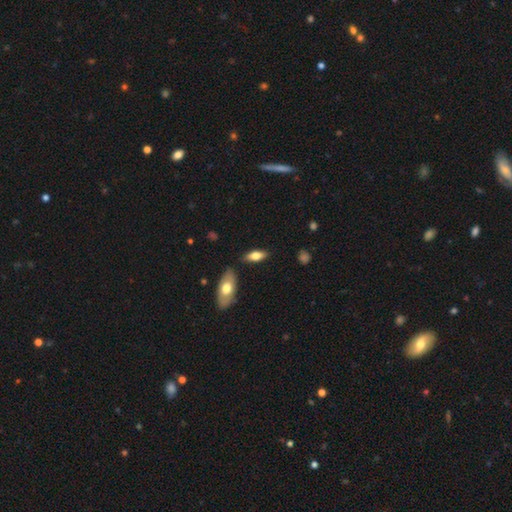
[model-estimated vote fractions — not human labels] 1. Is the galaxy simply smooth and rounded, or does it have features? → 69% smooth, 25% featured or disk, 6% star or artifact.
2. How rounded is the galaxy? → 74% in between, 23% cigar-shaped, 3% round.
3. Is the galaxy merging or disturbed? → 81% none, 12% minor disturbance, 5% merger, 3% major disturbance.